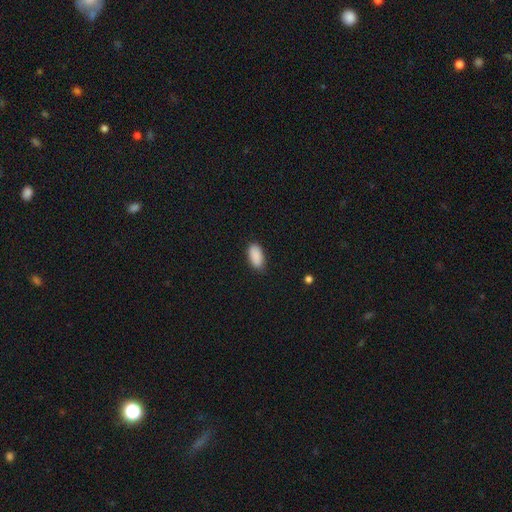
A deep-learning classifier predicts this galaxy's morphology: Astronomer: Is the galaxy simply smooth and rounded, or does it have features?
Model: smooth — 90%.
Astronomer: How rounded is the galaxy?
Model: in between — 94%.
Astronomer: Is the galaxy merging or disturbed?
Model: none — 83%.